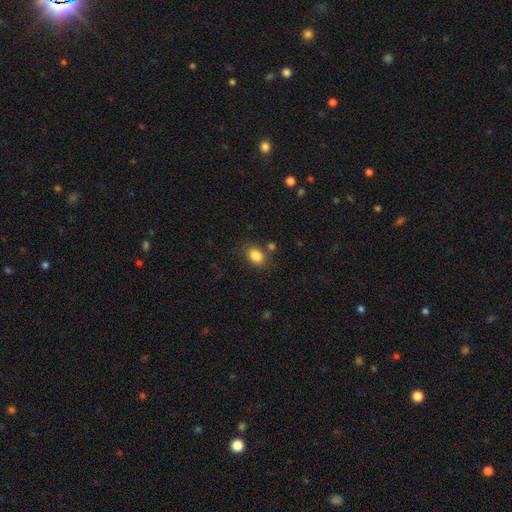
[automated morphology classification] Smooth or featured? Predicted: smooth (p=0.84). How rounded? Predicted: in between (p=0.70). Merging? Predicted: none (p=0.73).